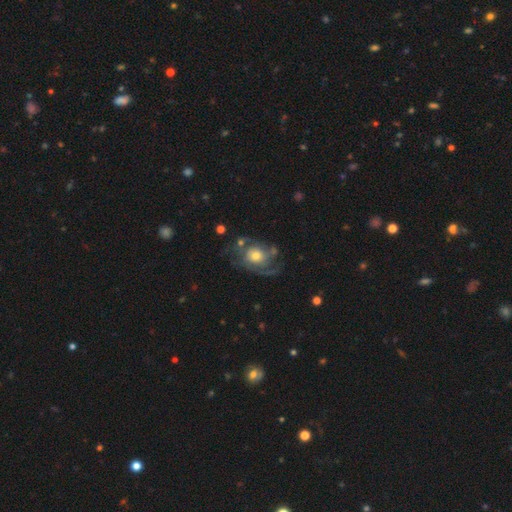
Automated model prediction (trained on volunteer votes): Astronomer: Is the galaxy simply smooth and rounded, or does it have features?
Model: featured or disk — 73%.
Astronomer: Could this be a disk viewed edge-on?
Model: no — 97%.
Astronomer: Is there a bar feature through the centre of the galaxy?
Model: no — 79%.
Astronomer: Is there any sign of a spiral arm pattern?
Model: yes — 86%.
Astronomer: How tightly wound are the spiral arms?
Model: medium — 42% (runner-up: tight, 32%).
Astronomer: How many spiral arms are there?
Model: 2 — 41% (runner-up: can't tell, 26%).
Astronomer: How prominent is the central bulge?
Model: moderate — 57%.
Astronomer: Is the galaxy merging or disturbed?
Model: none — 52%.